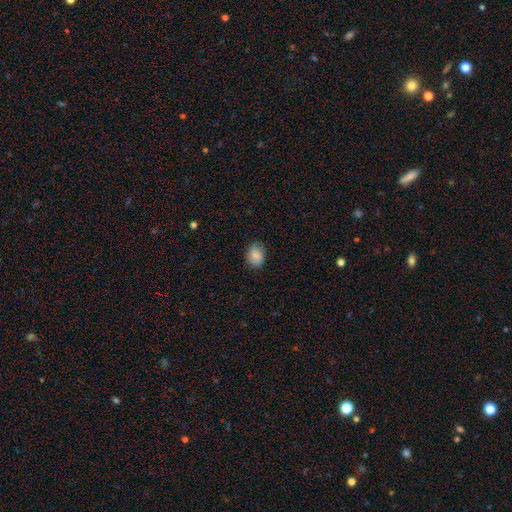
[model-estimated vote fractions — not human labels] A smooth galaxy with no disk features (84%) that is in between round and cigar-shaped (61%).

Vote fractions:
- Smooth or featured? smooth: 84% / star or artifact: 8% / featured or disk: 8%
- How rounded? in between: 61% / round: 38% / cigar-shaped: 1%
- Merging? none: 82% / minor disturbance: 14% / major disturbance: 3% / merger: 1%